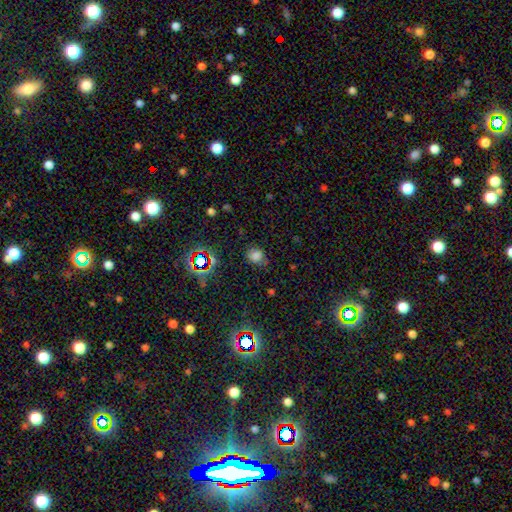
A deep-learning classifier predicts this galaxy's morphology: This appears to be a smooth galaxy with no disk features (72%) that is round (67%). Merging: none (71%).